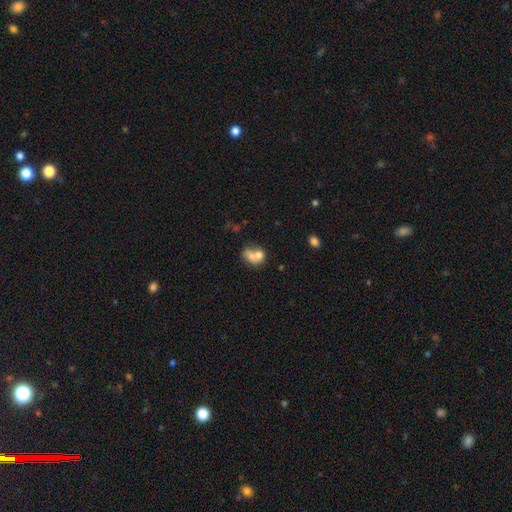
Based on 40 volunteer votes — smooth_or_featured: smooth (p=0.78) [alt: featured or disk p=0.17]
how_rounded: in between (p=0.55) [alt: round p=0.45]
merging: merger (p=0.66) [alt: none p=0.24]